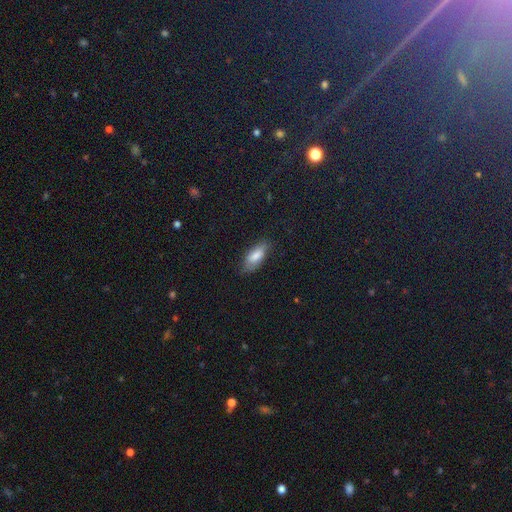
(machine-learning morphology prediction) Q: Smooth or featured?
A: smooth (76%); runner-up: featured or disk (15%)
Q: How rounded?
A: in between (79%); runner-up: cigar-shaped (18%)
Q: Merging?
A: none (75%); runner-up: minor disturbance (19%)